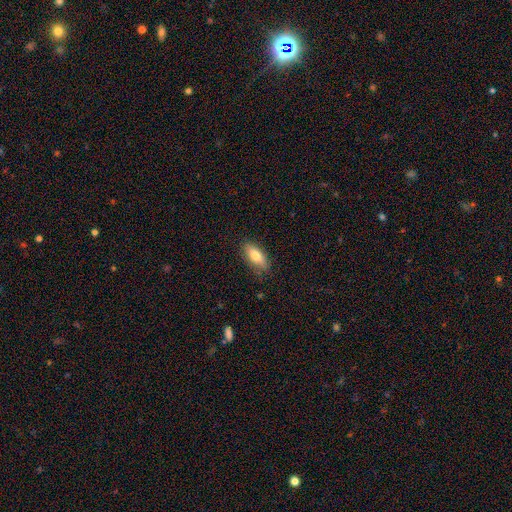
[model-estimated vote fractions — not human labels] Morphology: type=smooth (77%); roundness=in between (79%); merging=none (84%).